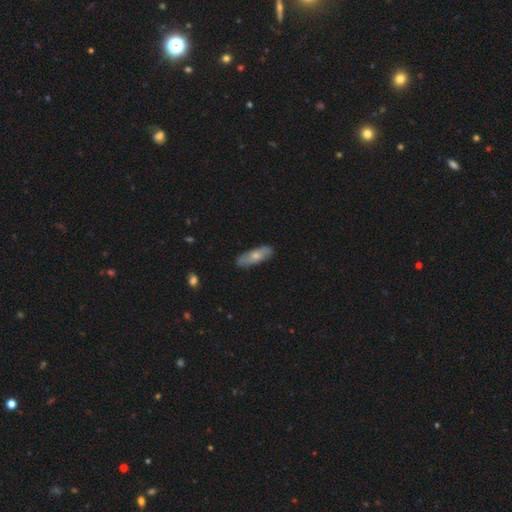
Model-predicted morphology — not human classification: Q: Smooth or featured?
A: smooth (63%); runner-up: featured or disk (31%)
Q: How rounded?
A: in between (54%); runner-up: cigar-shaped (43%)
Q: Merging?
A: none (81%); runner-up: minor disturbance (15%)